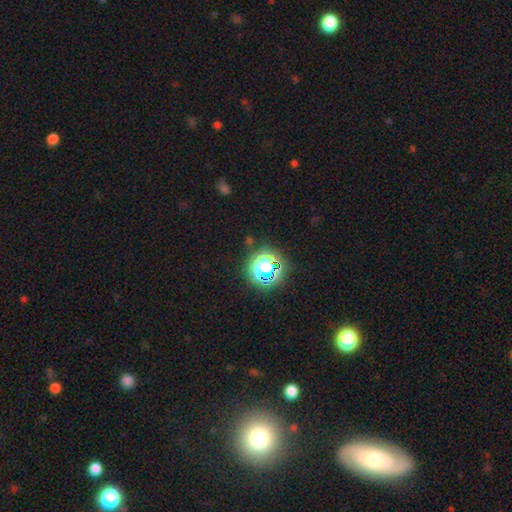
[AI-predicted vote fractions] Smooth or featured: star or artifact — 74% (smooth — 18%)